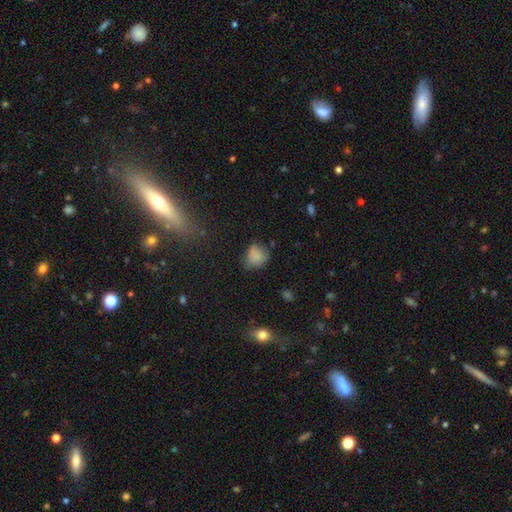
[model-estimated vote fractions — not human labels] A smooth galaxy with no disk features (77%) that is round (63%).

Vote fractions:
- Smooth or featured? smooth: 77% / star or artifact: 13% / featured or disk: 11%
- How rounded? round: 63% / in between: 36% / cigar-shaped: 1%
- Merging? none: 58% / minor disturbance: 30% / major disturbance: 9% / merger: 3%